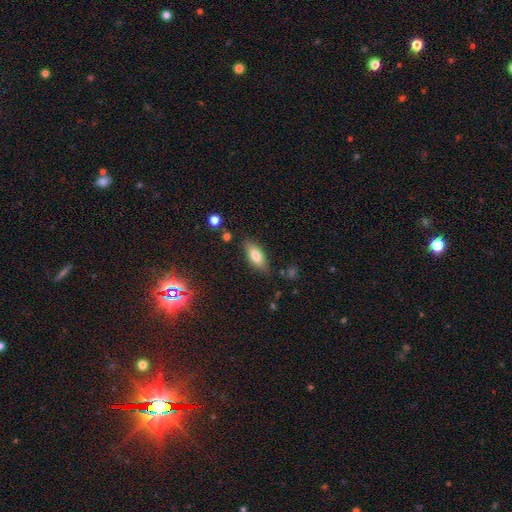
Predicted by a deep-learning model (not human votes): A smooth galaxy with no disk features (76%) that is in between round and cigar-shaped (76%).

Vote fractions:
- Smooth or featured? smooth: 76% / featured or disk: 16% / star or artifact: 8%
- How rounded? in between: 76% / cigar-shaped: 21% / round: 3%
- Merging? none: 82% / minor disturbance: 13% / major disturbance: 3% / merger: 2%